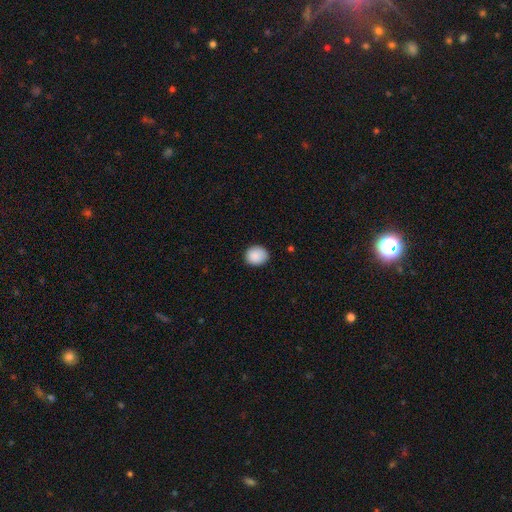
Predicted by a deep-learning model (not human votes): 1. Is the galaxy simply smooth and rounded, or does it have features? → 89% smooth, 8% star or artifact, 3% featured or disk.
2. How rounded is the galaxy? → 74% round, 25% in between, 1% cigar-shaped.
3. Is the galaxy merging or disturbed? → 84% none, 13% minor disturbance, 2% major disturbance, 1% merger.